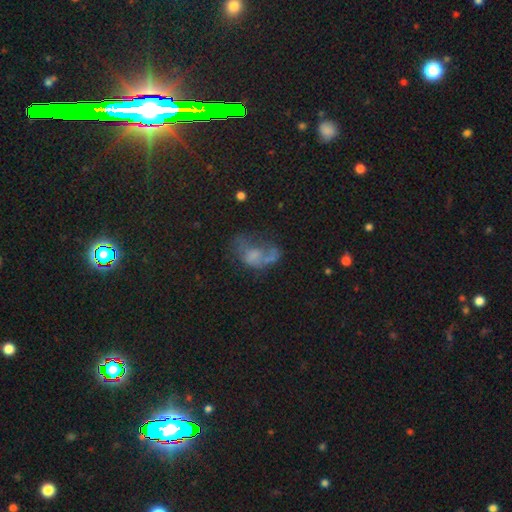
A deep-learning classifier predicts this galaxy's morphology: Smooth or featured? featured or disk (41%)
Merging? major disturbance (41%)